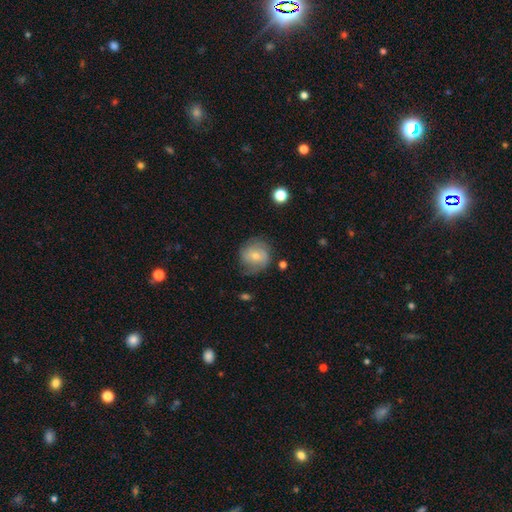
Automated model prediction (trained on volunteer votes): featured or disk 47%, smooth 45%, star or artifact 8%. Down the decision tree: merging — none (66%).